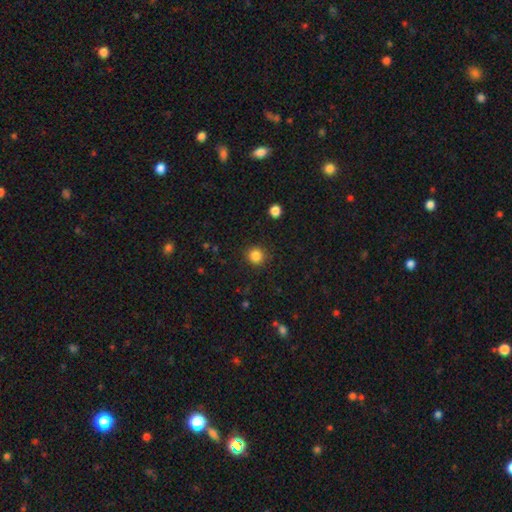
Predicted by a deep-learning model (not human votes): The model was most divided on "smooth or featured": smooth: 84%, star or artifact: 12%, featured or disk: 4%. More confident: how rounded — round (93%); merging — none (90%).